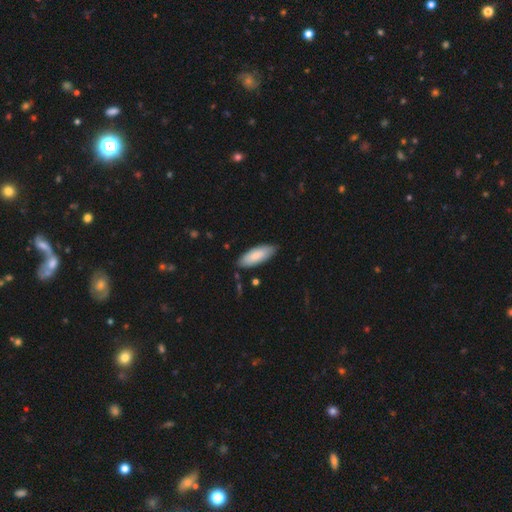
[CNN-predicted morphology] This is clearly a smooth galaxy (81%). How rounded: likely in between (73%). Merging: clearly none (83%).